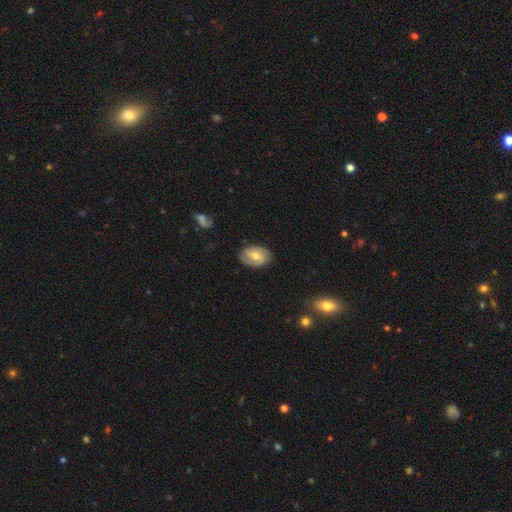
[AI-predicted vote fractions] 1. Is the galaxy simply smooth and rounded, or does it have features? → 53% featured or disk, 39% smooth, 8% star or artifact.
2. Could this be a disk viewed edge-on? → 95% no, 5% yes.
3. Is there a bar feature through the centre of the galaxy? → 44% no, 43% weak, 13% strong.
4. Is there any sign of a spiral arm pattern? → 77% yes, 23% no.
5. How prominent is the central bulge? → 67% moderate, 26% small, 4% large, 2% none, 1% dominant.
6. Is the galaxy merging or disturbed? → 80% none, 15% minor disturbance, 4% major disturbance, 1% merger.